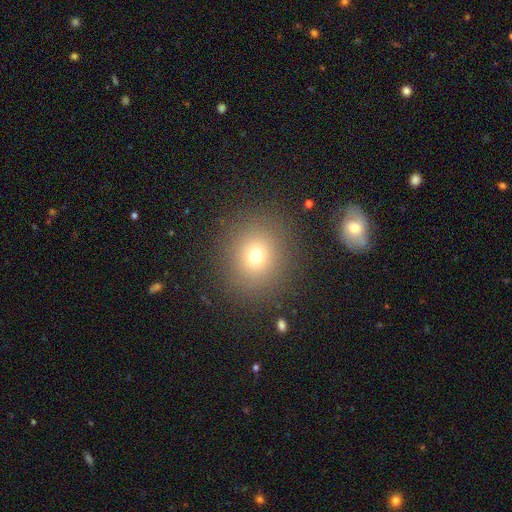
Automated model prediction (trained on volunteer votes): Smooth or featured? smooth (70%)
How rounded? round (82%)
Merging? none (87%)